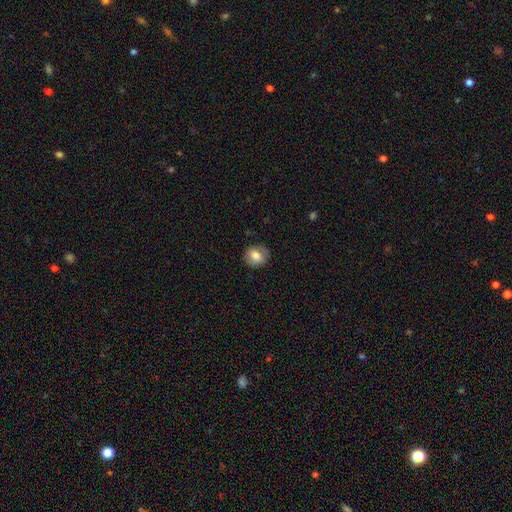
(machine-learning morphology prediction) Smooth or featured? Predicted: smooth (p=0.74). How rounded? Predicted: round (p=0.69). Merging? Predicted: none (p=0.83).